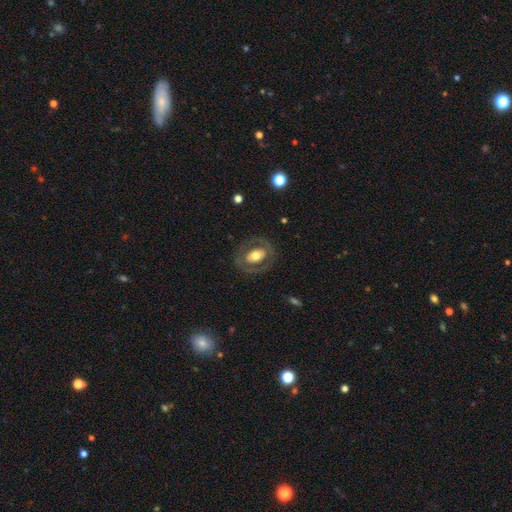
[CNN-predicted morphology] A featured or disk galaxy (53%). Merging: none (78%).